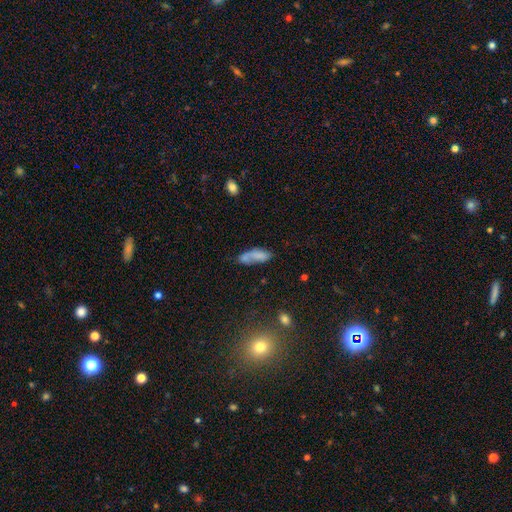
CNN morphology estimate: A smooth galaxy with no disk features (69%) that is in between round and cigar-shaped (68%).

Vote fractions:
- Smooth or featured? smooth: 69% / featured or disk: 20% / star or artifact: 11%
- How rounded? in between: 68% / cigar-shaped: 29% / round: 3%
- Merging? none: 37% / merger: 28% / minor disturbance: 22% / major disturbance: 13%